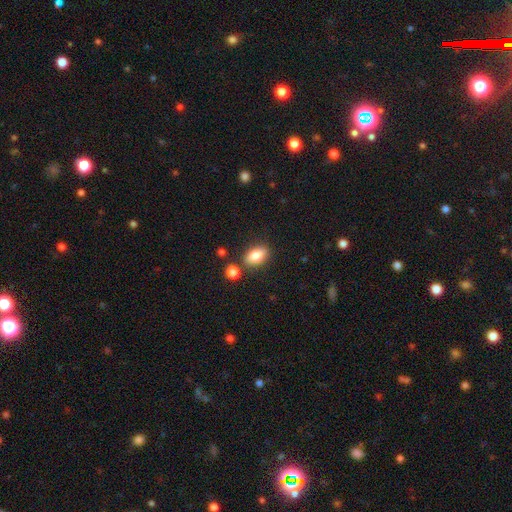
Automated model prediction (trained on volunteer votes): smooth_or_featured: smooth (p=0.82) [alt: featured or disk p=0.10]
how_rounded: in between (p=0.87) [alt: round p=0.10]
merging: none (p=0.78) [alt: minor disturbance p=0.11]